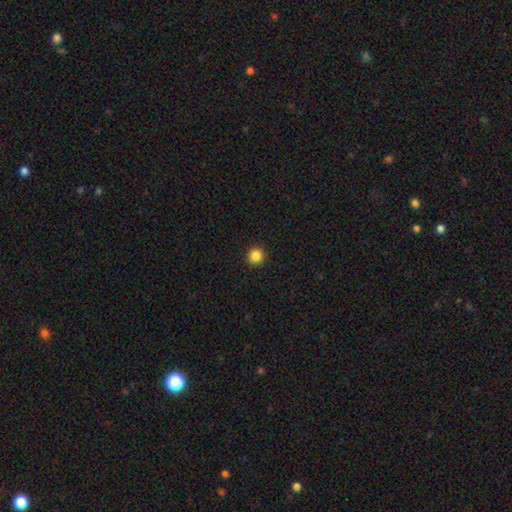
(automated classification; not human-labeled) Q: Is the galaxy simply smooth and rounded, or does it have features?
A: smooth — 86%.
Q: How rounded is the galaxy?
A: round — 95%.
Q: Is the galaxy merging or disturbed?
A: none — 94%.